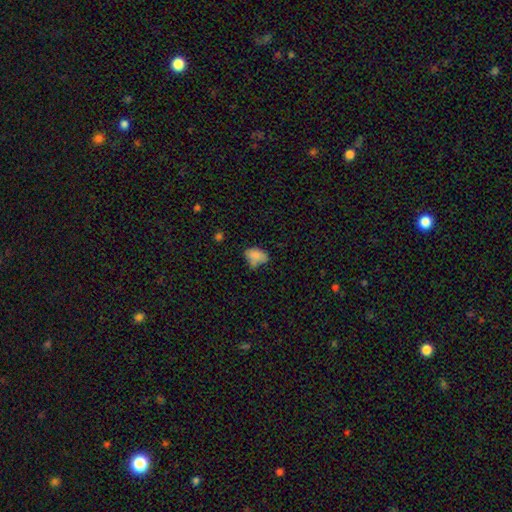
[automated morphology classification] A smooth galaxy with no disk features (79%) that is in between round and cigar-shaped (84%). Merging: none (48%).